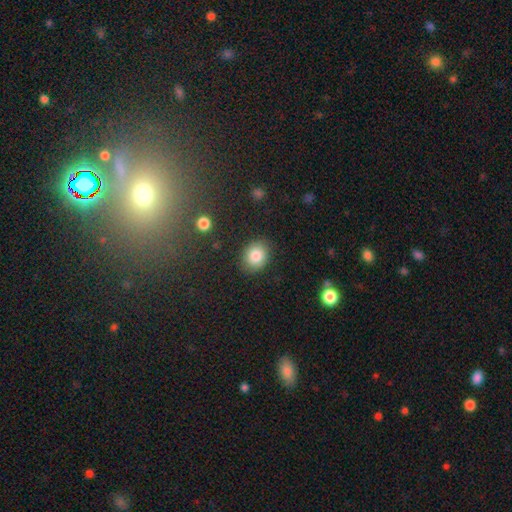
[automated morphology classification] type=smooth (84%); roundness=round (55%); merging=none (87%).